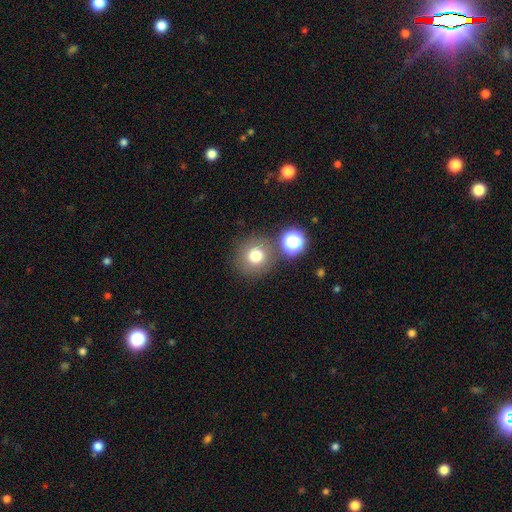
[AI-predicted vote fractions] smooth 75%, star or artifact 15%, featured or disk 11%. Down the decision tree: how rounded — round (93%); merging — none (79%).